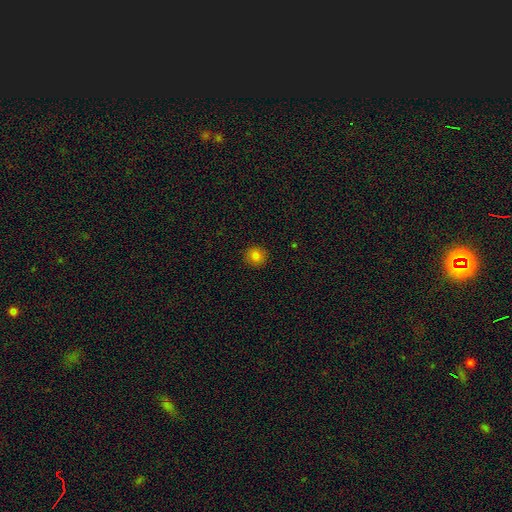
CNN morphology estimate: Overall: smooth (82%). How rounded: round (92%). Merging: none (92%).